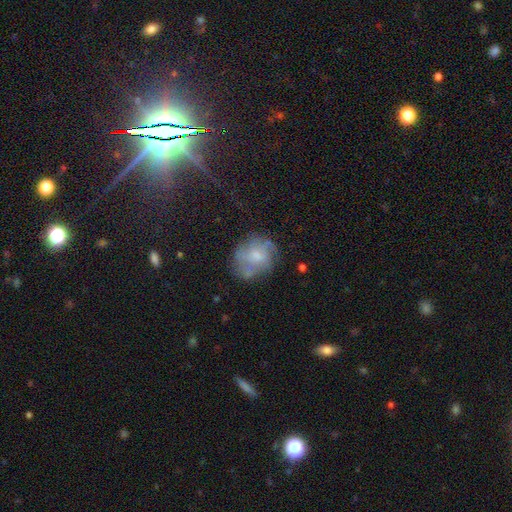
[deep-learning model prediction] A featured or disk galaxy (49%).

Vote fractions:
- Smooth or featured? featured or disk: 49% / smooth: 39% / star or artifact: 12%
- Merging? none: 62% / minor disturbance: 22% / major disturbance: 14% / merger: 3%